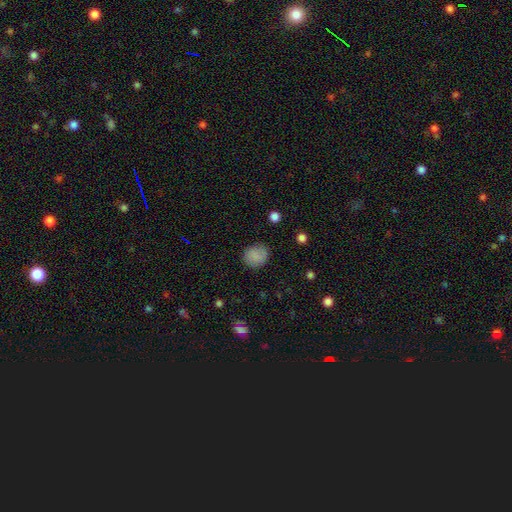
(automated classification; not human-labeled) Smooth or featured? Predicted: smooth (p=0.85). How rounded? Predicted: round (p=0.81). Merging? Predicted: none (p=0.83).